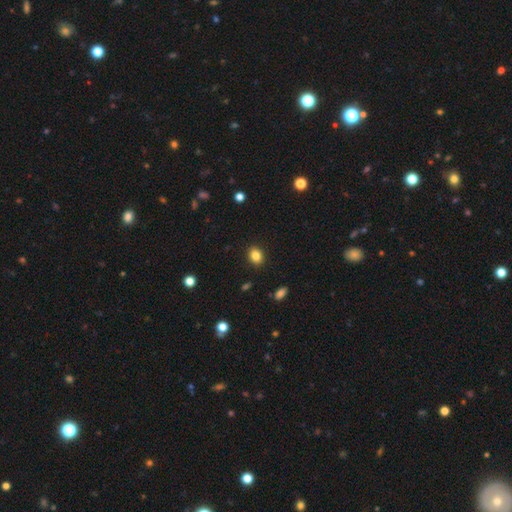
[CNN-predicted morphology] smooth-or-featured: smooth: 84% | star or artifact: 10% | featured or disk: 6%
  how-rounded: in between: 57% | round: 42% | cigar-shaped: 1%
  merging: none: 89% | minor disturbance: 8% | major disturbance: 2% | merger: 1%